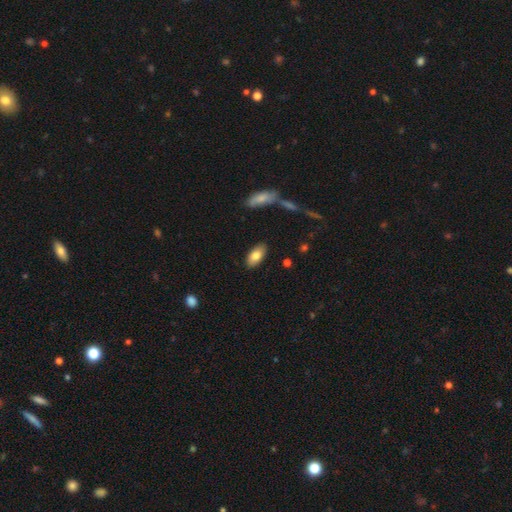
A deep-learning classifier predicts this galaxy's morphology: A smooth galaxy with no disk features (80%) that is in between round and cigar-shaped (92%).

Vote fractions:
- Smooth or featured? smooth: 80% / featured or disk: 13% / star or artifact: 7%
- How rounded? in between: 92% / cigar-shaped: 5% / round: 3%
- Merging? none: 86% / minor disturbance: 10% / major disturbance: 2% / merger: 2%